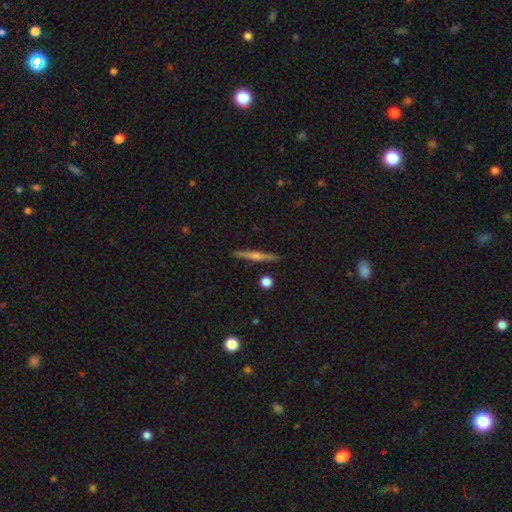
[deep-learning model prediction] A featured or disk galaxy (65%) viewed edge-on (98%) with a rounded central bulge (75%). Merging: none (91%).